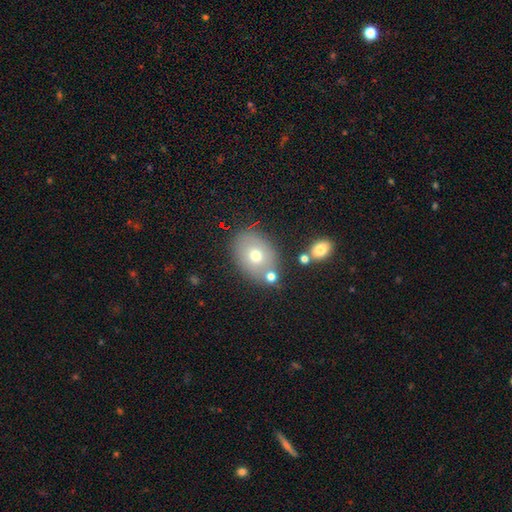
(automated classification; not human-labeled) This is likely a smooth galaxy (68%). How rounded: likely in between (71%). Merging: likely none (71%).